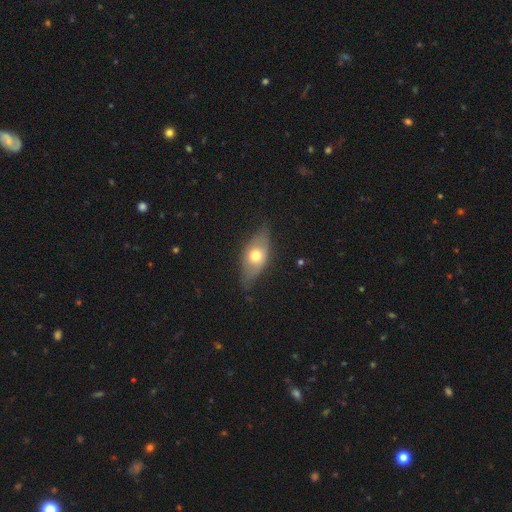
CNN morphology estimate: The model was most divided on "smooth or featured": smooth: 56%, featured or disk: 36%, star or artifact: 7%. More confident: how rounded — in between (81%); merging — none (67%).